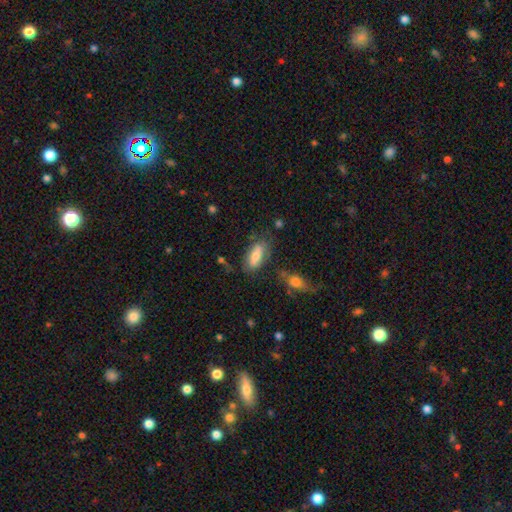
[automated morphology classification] The model was most divided on "merging": none: 63%, minor disturbance: 22%, major disturbance: 8%, merger: 7%. More confident: how rounded — in between (80%); smooth or featured — smooth (72%).